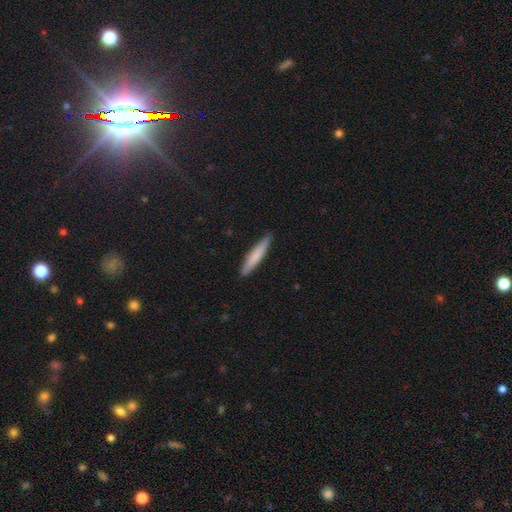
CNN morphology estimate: Smooth or featured? smooth (74%)
How rounded? cigar-shaped (93%)
Merging? none (91%)